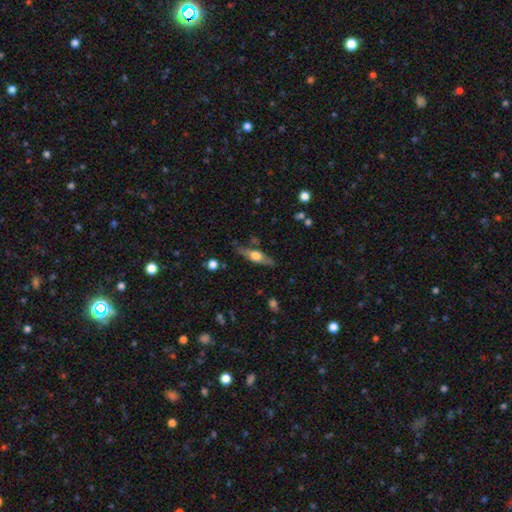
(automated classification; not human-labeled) Morphology: type=featured or disk (56%); edge-on=yes (89%); merging=none (79%).